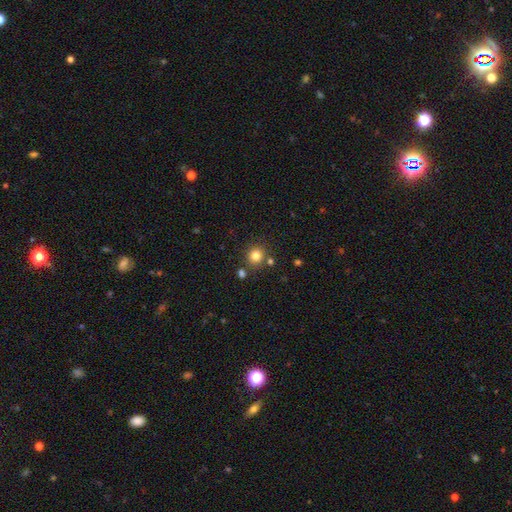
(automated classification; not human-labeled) A smooth galaxy with no disk features (81%) that is round (89%).

Vote fractions:
- Smooth or featured? smooth: 81% / star or artifact: 13% / featured or disk: 6%
- How rounded? round: 89% / in between: 10% / cigar-shaped: 1%
- Merging? none: 80% / merger: 9% / minor disturbance: 8% / major disturbance: 3%